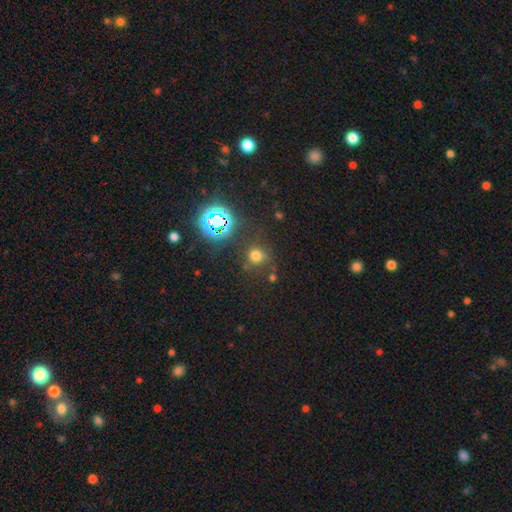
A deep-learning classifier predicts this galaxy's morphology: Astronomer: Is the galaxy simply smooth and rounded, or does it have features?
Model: smooth — 61%.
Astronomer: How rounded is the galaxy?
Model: round — 85%.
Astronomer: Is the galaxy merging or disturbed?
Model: none — 71%.